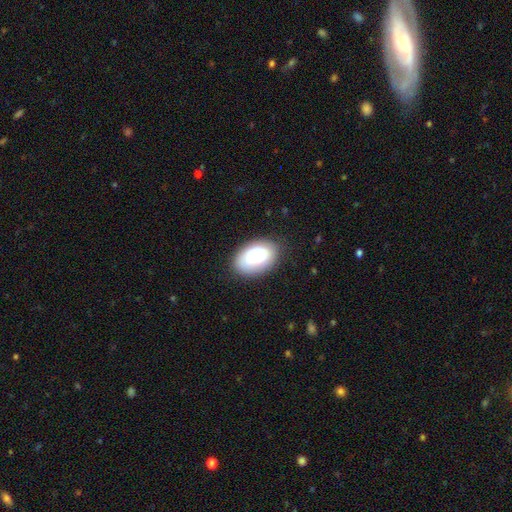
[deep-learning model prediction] A smooth galaxy with no disk features (66%) that is in between round and cigar-shaped (89%).

Vote fractions:
- Smooth or featured? smooth: 66% / featured or disk: 26% / star or artifact: 8%
- How rounded? in between: 89% / round: 10% / cigar-shaped: 1%
- Merging? none: 79% / minor disturbance: 15% / major disturbance: 4% / merger: 2%